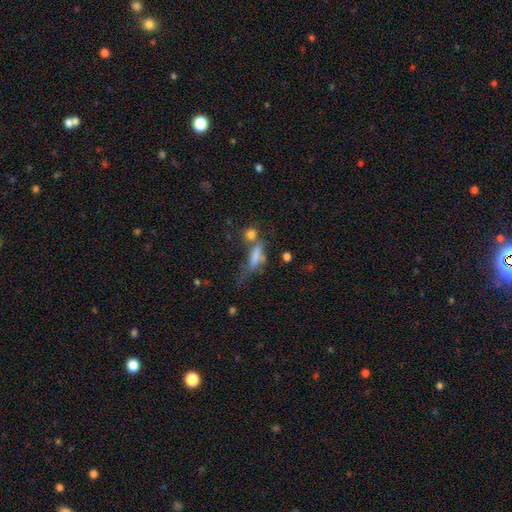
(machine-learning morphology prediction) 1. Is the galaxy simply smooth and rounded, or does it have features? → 52% smooth, 30% featured or disk, 17% star or artifact.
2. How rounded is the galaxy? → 51% cigar-shaped, 41% in between, 8% round.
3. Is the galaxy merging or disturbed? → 29% none, 27% major disturbance, 25% merger, 19% minor disturbance.